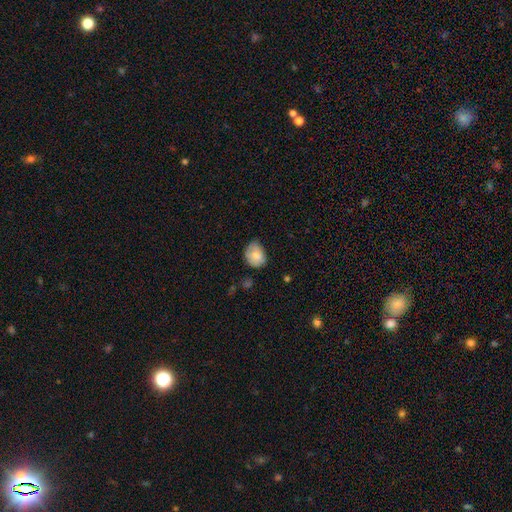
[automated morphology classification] A smooth galaxy with no disk features (74%) that is in between round and cigar-shaped (59%). Merging: none (58%).